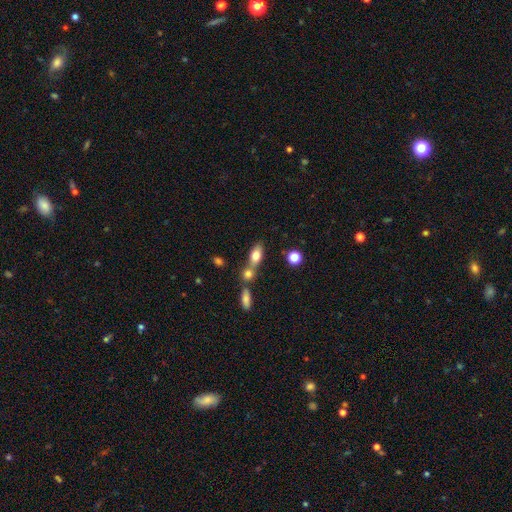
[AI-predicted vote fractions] smooth 75%, featured or disk 16%, star or artifact 9%. Down the decision tree: how rounded — in between (75%); merging — merger (43%).